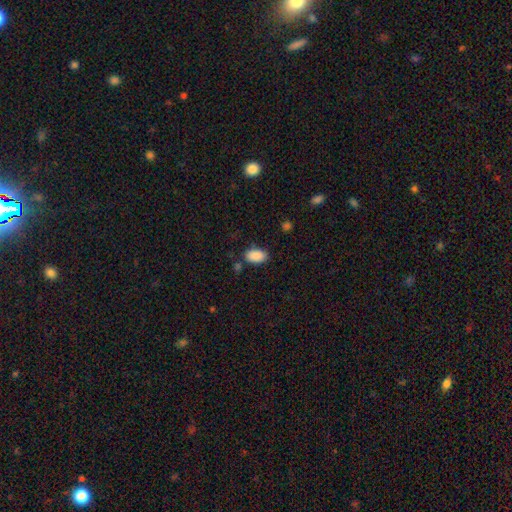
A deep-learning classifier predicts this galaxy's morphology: Q: Smooth or featured?
A: smooth (89%); runner-up: star or artifact (8%)
Q: How rounded?
A: in between (93%); runner-up: round (5%)
Q: Merging?
A: none (78%); runner-up: minor disturbance (14%)